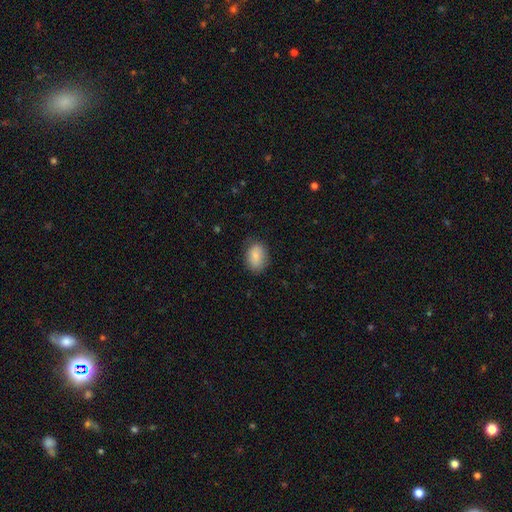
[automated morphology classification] Smooth or featured? smooth (82%)
How rounded? in between (78%)
Merging? none (77%)